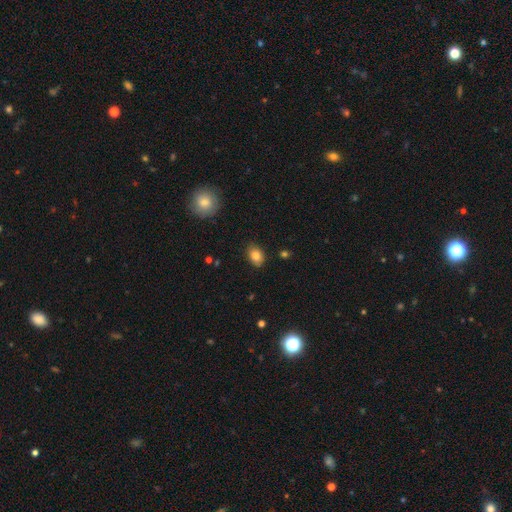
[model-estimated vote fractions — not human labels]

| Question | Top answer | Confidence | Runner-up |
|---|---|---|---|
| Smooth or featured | smooth | 84% | star or artifact (9%) |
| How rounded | in between | 75% | round (23%) |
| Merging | none | 84% | minor disturbance (13%) |